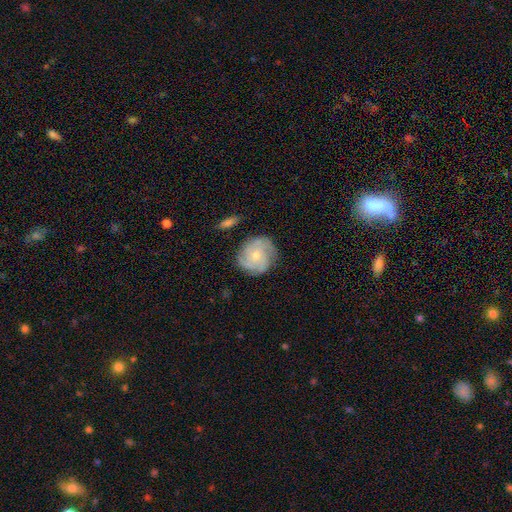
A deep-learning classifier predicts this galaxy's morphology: A featured or disk galaxy (64%) with no bar (80%), 3 (32%) tight (54%) spiral arms (90%) and a small central bulge (63%). Merging: none (75%).